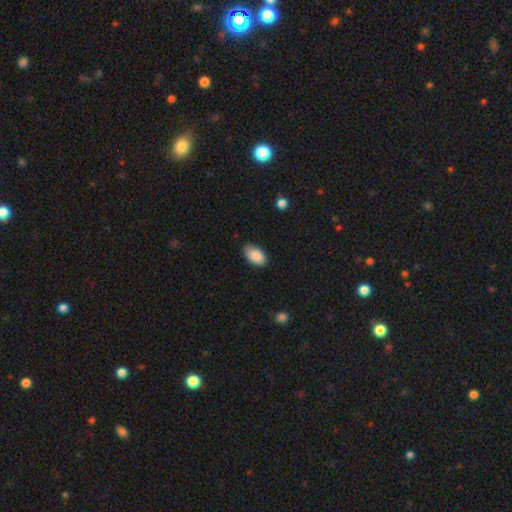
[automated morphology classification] type=smooth (90%); roundness=in between (94%); merging=none (81%).